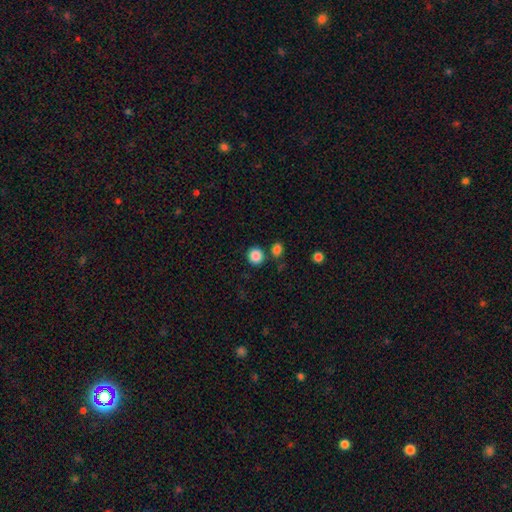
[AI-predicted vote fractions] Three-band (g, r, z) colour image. It shows a smooth galaxy with no disk features (87%) that is round (91%). Merging: none (83%).